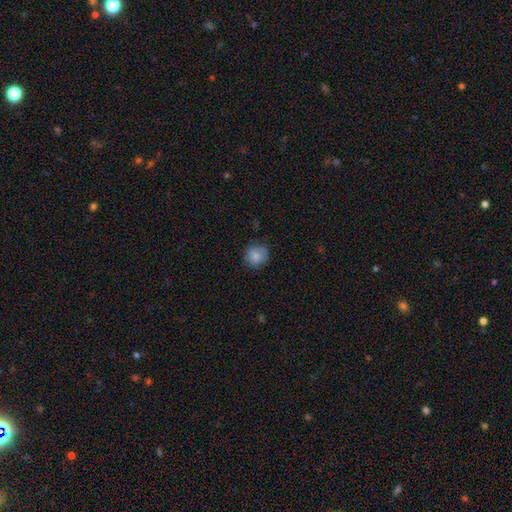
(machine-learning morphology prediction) Smooth or featured: smooth — 84% (star or artifact — 8%)
How rounded: round — 87% (in between — 12%)
Merging: none — 80% (minor disturbance — 15%)